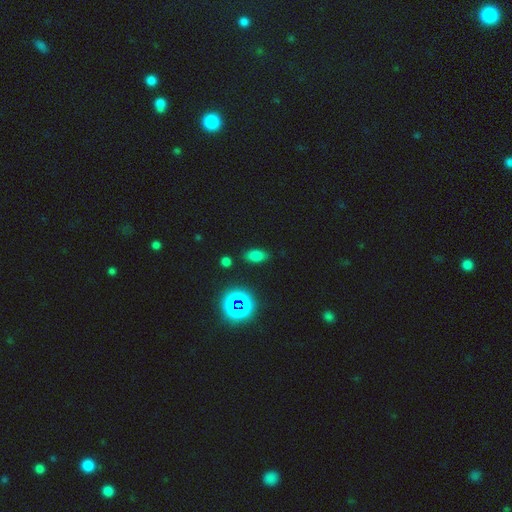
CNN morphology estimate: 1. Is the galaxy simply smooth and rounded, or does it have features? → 71% smooth, 21% star or artifact, 8% featured or disk.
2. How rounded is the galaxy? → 86% in between, 8% round, 6% cigar-shaped.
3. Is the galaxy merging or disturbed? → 84% none, 11% minor disturbance, 3% major disturbance, 2% merger.